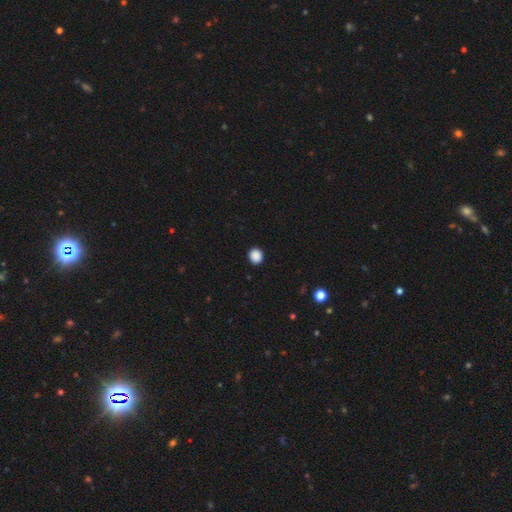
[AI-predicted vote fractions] The model was most divided on "how rounded": round: 79%, in between: 20%, cigar-shaped: 1%. More confident: merging — none (93%); smooth or featured — smooth (89%).